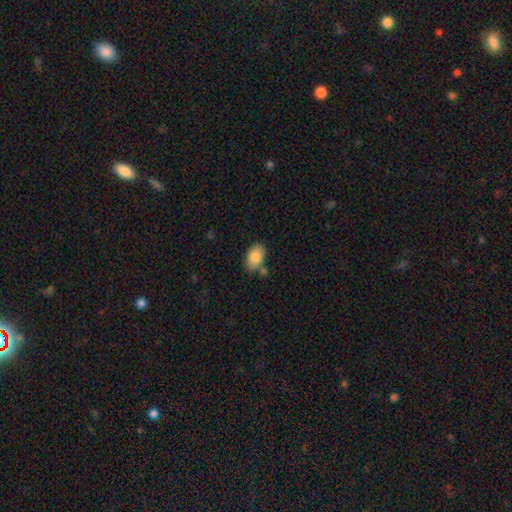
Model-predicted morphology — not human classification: smooth_or_featured: smooth (p=0.85) [alt: featured or disk p=0.08]
how_rounded: in between (p=0.90) [alt: round p=0.09]
merging: none (p=0.71) [alt: minor disturbance p=0.16]